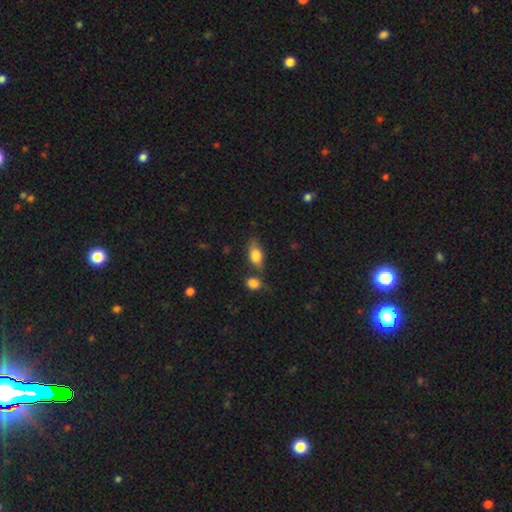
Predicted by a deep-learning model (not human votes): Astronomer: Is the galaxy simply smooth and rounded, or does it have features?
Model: smooth — 77%.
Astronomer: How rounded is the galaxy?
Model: in between — 82%.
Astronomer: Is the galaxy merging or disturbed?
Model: none — 56%.